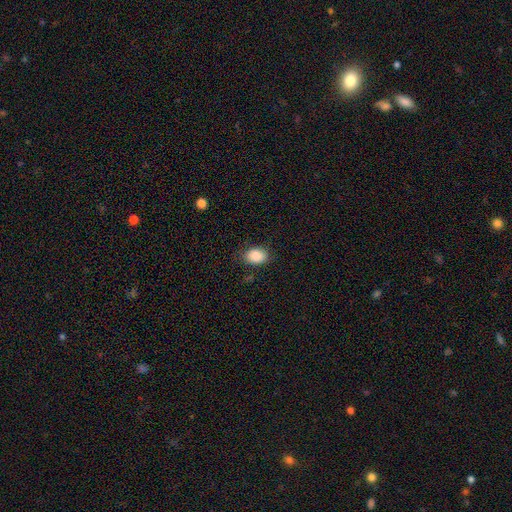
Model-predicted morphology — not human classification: A smooth galaxy with no disk features (87%) that is in between round and cigar-shaped (71%). Merging: none (80%).